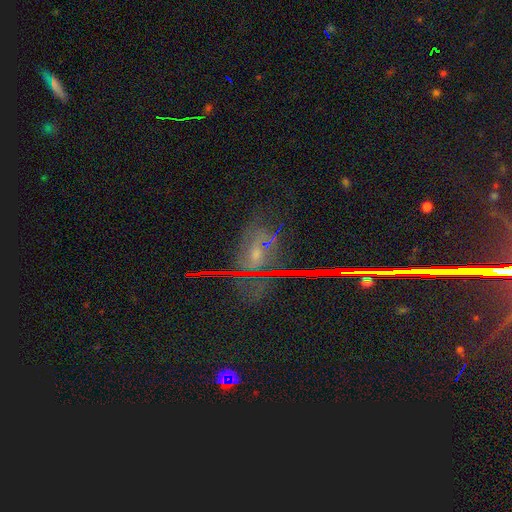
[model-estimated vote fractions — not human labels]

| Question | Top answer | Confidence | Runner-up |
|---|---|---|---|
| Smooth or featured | star or artifact | 56% | featured or disk (25%) |